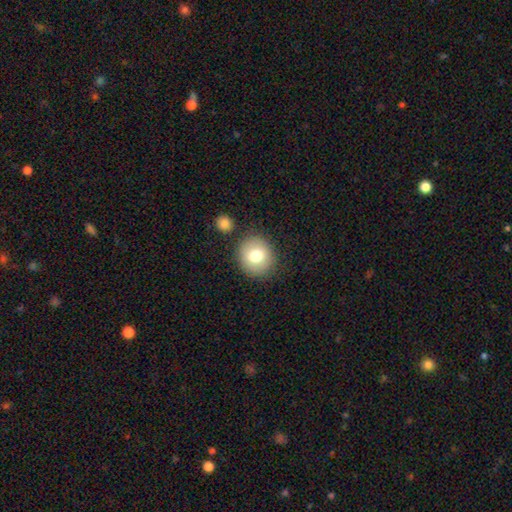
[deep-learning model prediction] smooth-or-featured: smooth: 77% | featured or disk: 14% | star or artifact: 9%
  how-rounded: round: 82% | in between: 17% | cigar-shaped: 1%
  merging: none: 82% | minor disturbance: 10% | merger: 6% | major disturbance: 3%